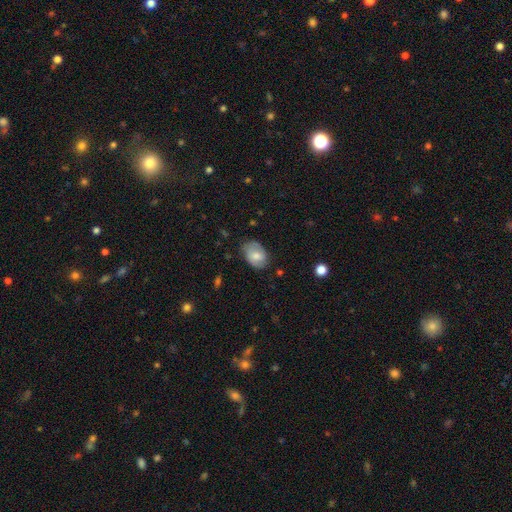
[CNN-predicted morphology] smooth 63%, featured or disk 29%, star or artifact 7%. Down the decision tree: how rounded — in between (78%); merging — none (70%).